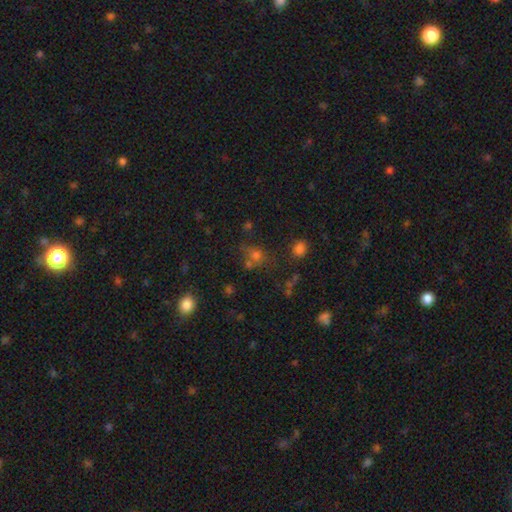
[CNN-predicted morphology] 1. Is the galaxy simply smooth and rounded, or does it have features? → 62% smooth, 28% star or artifact, 11% featured or disk.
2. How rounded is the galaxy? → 69% round, 29% in between, 2% cigar-shaped.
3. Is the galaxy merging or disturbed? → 56% none, 23% merger, 14% minor disturbance, 7% major disturbance.